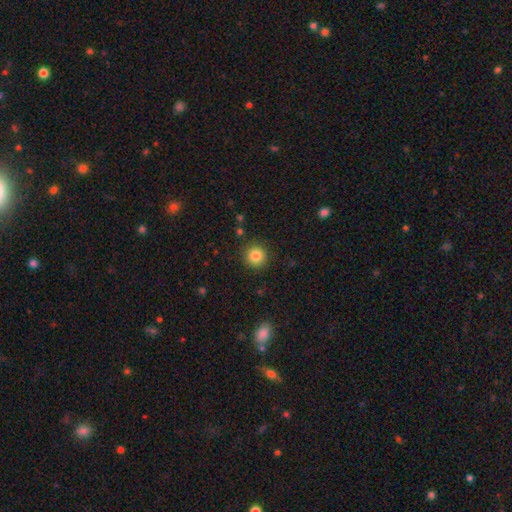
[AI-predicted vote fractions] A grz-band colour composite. It shows a smooth galaxy with no disk features (84%) that is round (94%). Merging: none (90%).